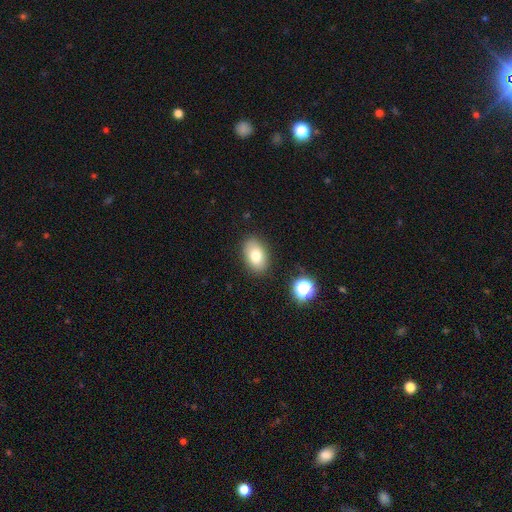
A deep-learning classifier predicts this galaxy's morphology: Smooth or featured? smooth (77%)
How rounded? in between (86%)
Merging? none (86%)